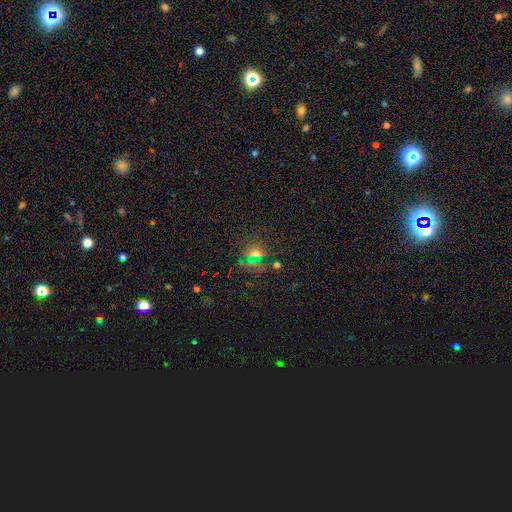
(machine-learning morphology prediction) The model was most divided on "smooth or featured": star or artifact: 48%, smooth: 42%, featured or disk: 10%.